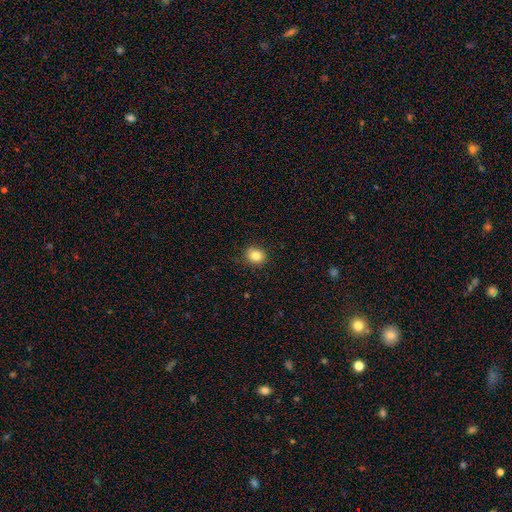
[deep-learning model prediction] Overall: smooth (83%). How rounded: round (75%). Merging: none (85%).